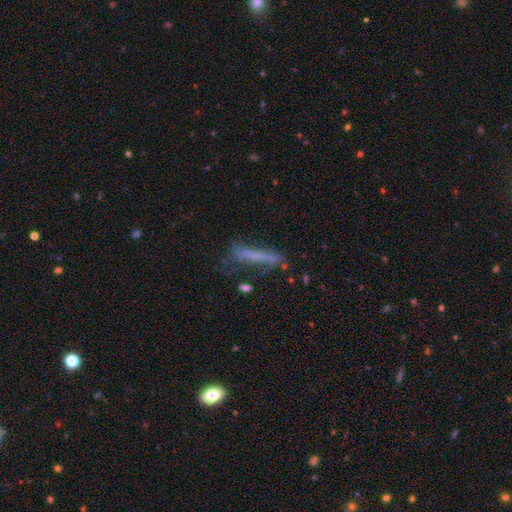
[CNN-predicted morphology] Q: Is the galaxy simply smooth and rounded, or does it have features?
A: smooth — 51%.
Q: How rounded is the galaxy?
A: cigar-shaped — 87%.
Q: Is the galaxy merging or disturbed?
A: none — 48%.